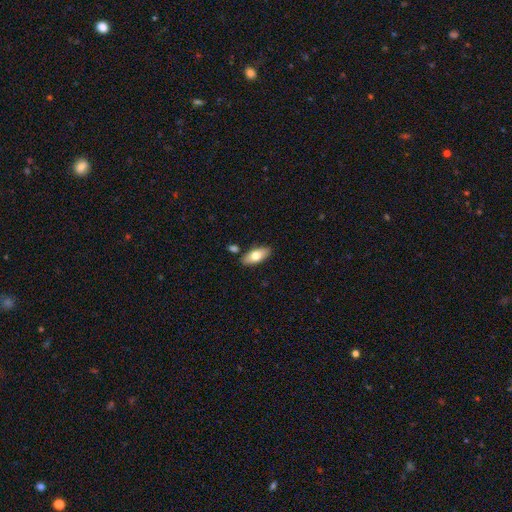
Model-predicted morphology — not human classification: type=smooth (71%); roundness=in between (86%); merging=none (82%).